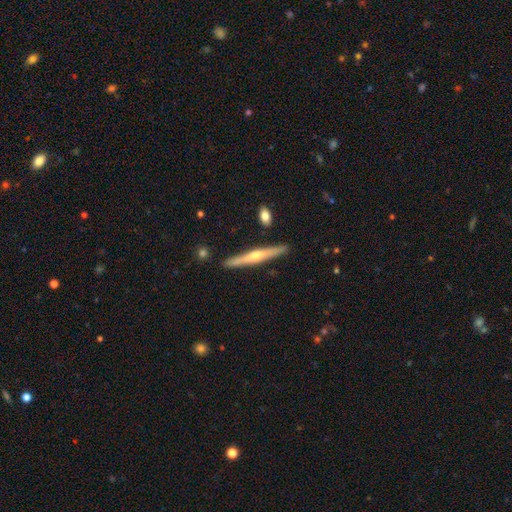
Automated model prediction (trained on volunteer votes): Smooth or featured?
  - featured or disk: 73% *
  - smooth: 22%
  - star or artifact: 6%
Edge-on disk?
  - yes: 97% *
  - no: 3%
Edge-on bulge?
  - rounded: 86% *
  - none: 10%
  - boxy: 4%
Merging?
  - none: 89% *
  - minor disturbance: 7%
  - merger: 2%
  - major disturbance: 1%